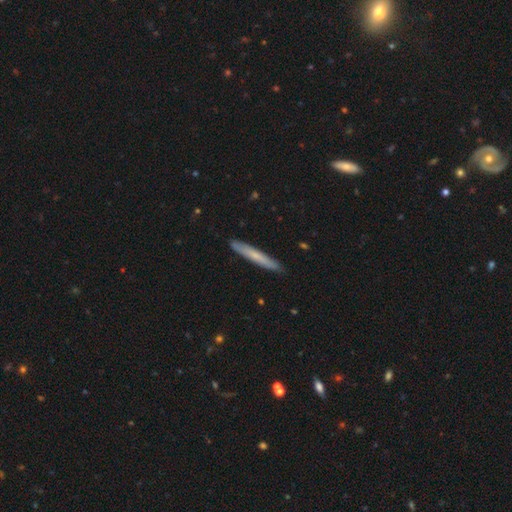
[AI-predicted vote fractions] The model was most divided on "smooth or featured": smooth: 62%, featured or disk: 33%, star or artifact: 6%. More confident: how rounded — cigar-shaped (96%); merging — none (90%).